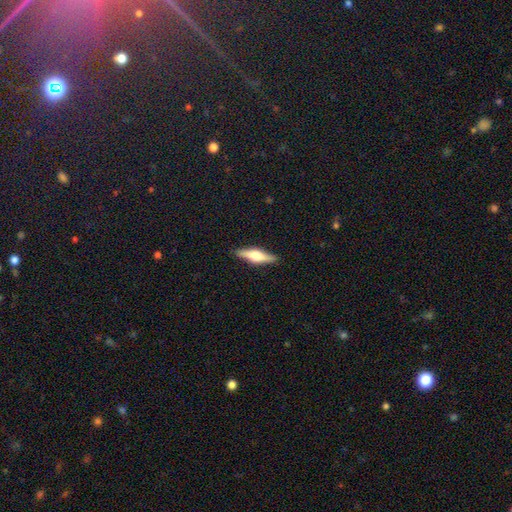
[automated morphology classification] This appears to be a featured or disk galaxy (59%) viewed edge-on (96%) with a rounded central bulge (90%). Merging: none (89%).